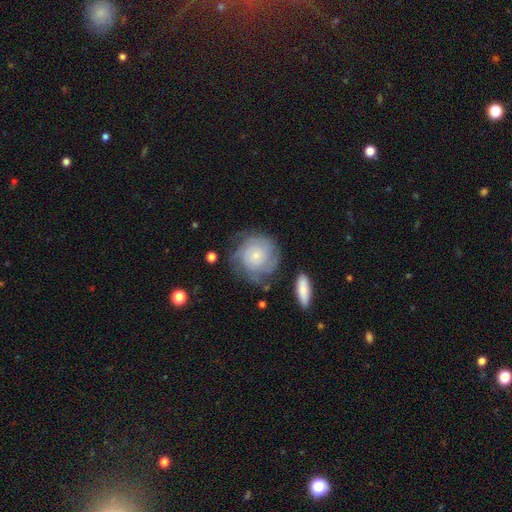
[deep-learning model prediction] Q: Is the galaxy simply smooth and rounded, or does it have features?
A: featured or disk — 64%.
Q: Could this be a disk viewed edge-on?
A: no — 97%.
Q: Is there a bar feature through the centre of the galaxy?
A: no — 81%.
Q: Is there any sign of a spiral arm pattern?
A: yes — 88%.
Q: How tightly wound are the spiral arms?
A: tight — 69%.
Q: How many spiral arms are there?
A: can't tell — 46%.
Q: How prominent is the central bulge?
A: small — 74%.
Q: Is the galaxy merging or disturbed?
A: none — 63%.